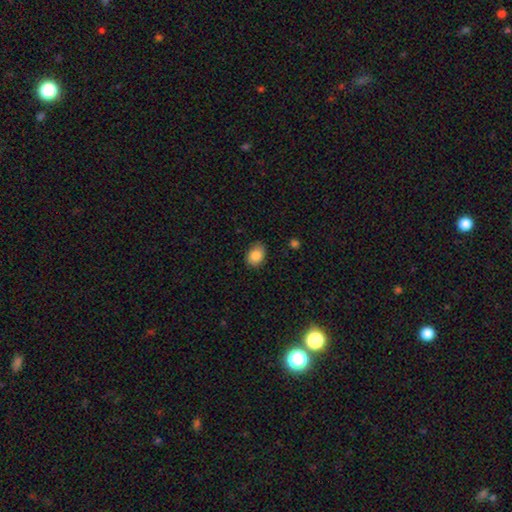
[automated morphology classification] A smooth galaxy with no disk features (86%) that is in between round and cigar-shaped (69%). Merging: none (80%).